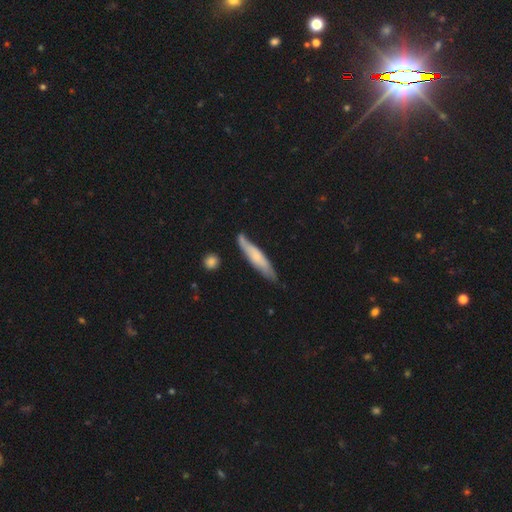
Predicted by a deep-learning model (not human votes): smooth_or_featured: smooth (p=0.55) [alt: featured or disk p=0.39]
how_rounded: cigar-shaped (p=0.86) [alt: in between p=0.13]
merging: none (p=0.70) [alt: minor disturbance p=0.22]